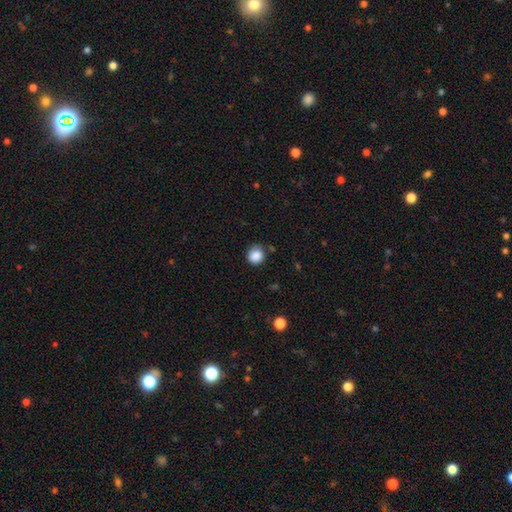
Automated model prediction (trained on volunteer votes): smooth_or_featured: smooth (p=0.87) [alt: star or artifact p=0.09]
how_rounded: round (p=0.88) [alt: in between p=0.11]
merging: none (p=0.76) [alt: minor disturbance p=0.17]